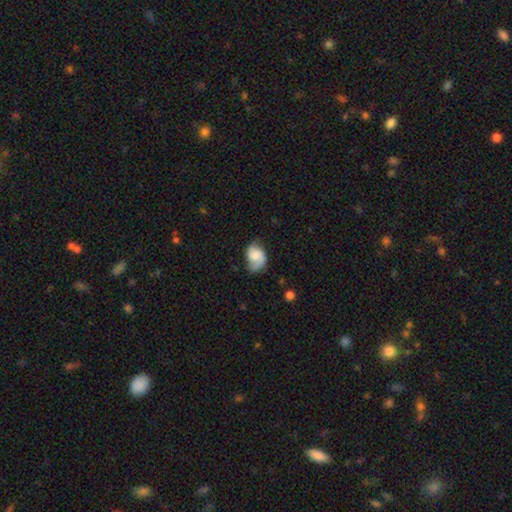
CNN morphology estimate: Overall: featured or disk (52%; smooth 40%). Edge-on disk: no (97%). Bar: no (61%; weak 33%). Spiral arms: yes (91%). Bulge size: small (28%, tied with none). Merging: none (55%; minor disturbance 30%).